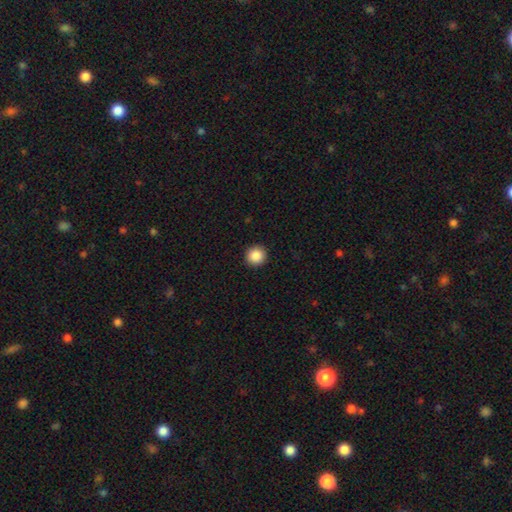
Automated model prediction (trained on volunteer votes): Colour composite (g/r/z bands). It shows a smooth galaxy with no disk features (87%) that is round (94%). Merging: none (93%).